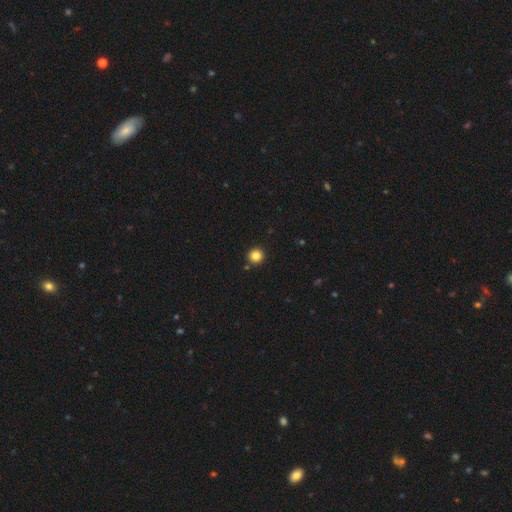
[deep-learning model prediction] Overall: smooth (85%). How rounded: round (95%). Merging: none (91%).